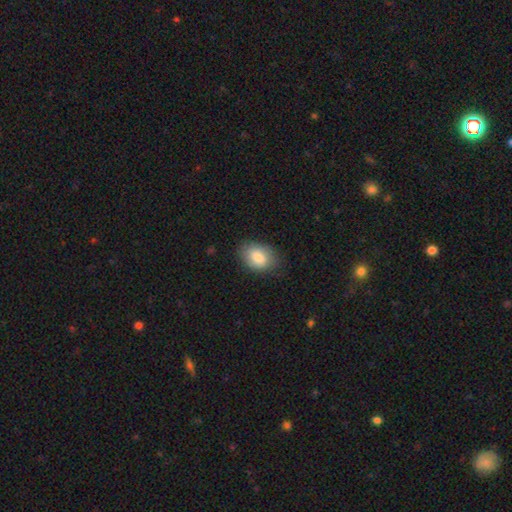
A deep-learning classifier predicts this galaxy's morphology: Q: Smooth or featured?
A: smooth (81%); runner-up: featured or disk (12%)
Q: How rounded?
A: in between (87%); runner-up: round (12%)
Q: Merging?
A: none (78%); runner-up: minor disturbance (17%)